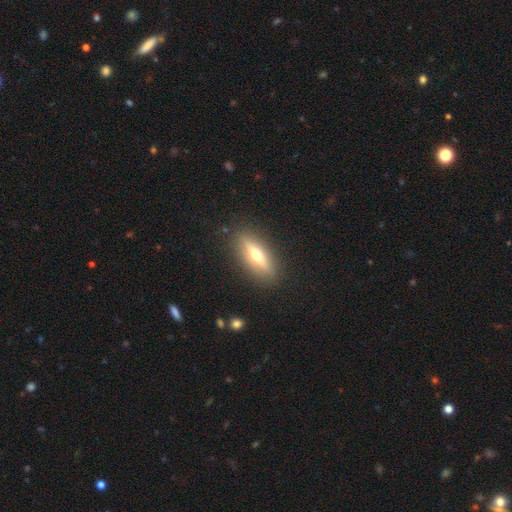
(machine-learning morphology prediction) featured or disk 54%, smooth 39%, star or artifact 7%. Down the decision tree: edge-on disk — yes (86%); merging — none (88%).